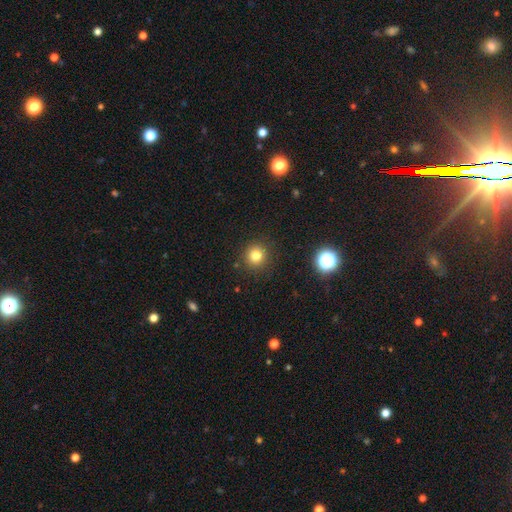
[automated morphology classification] smooth-or-featured: smooth: 79% | star or artifact: 14% | featured or disk: 7%
  how-rounded: round: 93% | in between: 6% | cigar-shaped: 1%
  merging: none: 90% | minor disturbance: 6% | major disturbance: 2% | merger: 1%